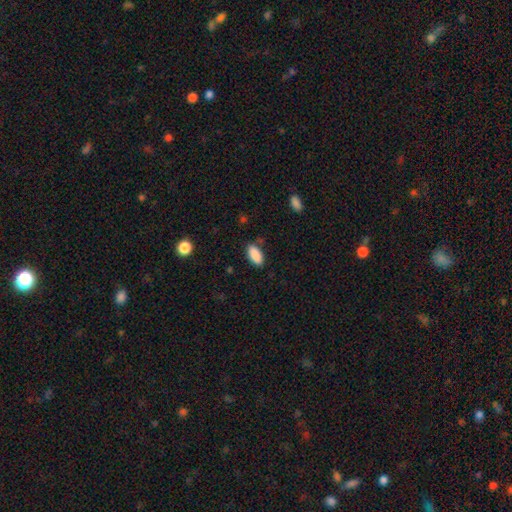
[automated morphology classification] Smooth or featured: smooth — 89% (star or artifact — 7%)
How rounded: in between — 90% (cigar-shaped — 8%)
Merging: none — 83% (minor disturbance — 12%)